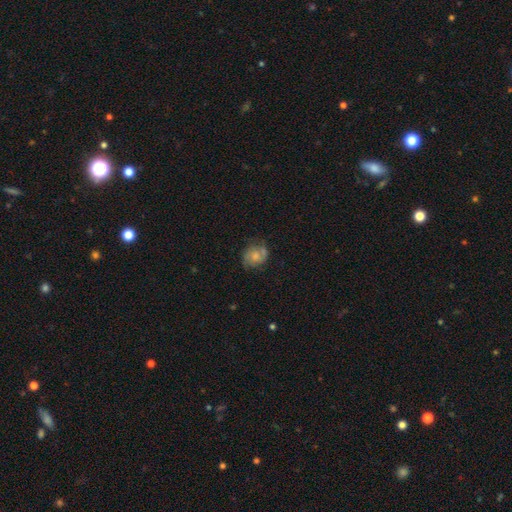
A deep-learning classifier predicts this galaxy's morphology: This is possibly a featured or disk galaxy (47%). Merging: likely none (61%).